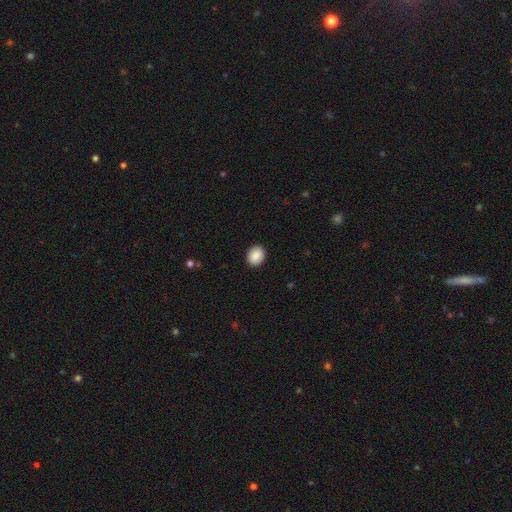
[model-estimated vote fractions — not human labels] Smooth or featured? Predicted: smooth (p=0.89). How rounded? Predicted: in between (p=0.54). Merging? Predicted: none (p=0.90).